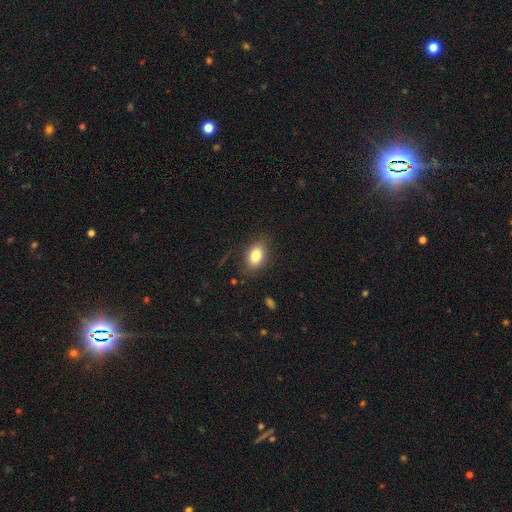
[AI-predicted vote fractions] smooth 81%, featured or disk 10%, star or artifact 9%. Down the decision tree: how rounded — in between (81%); merging — none (81%).